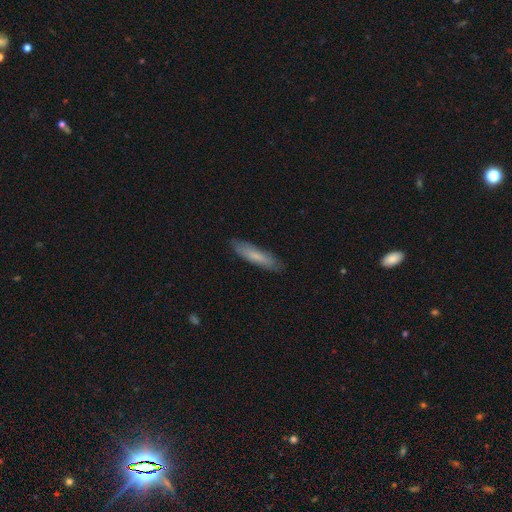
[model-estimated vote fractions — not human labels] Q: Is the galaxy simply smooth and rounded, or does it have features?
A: smooth — 72%.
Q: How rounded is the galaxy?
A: cigar-shaped — 79%.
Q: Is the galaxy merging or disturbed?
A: none — 86%.